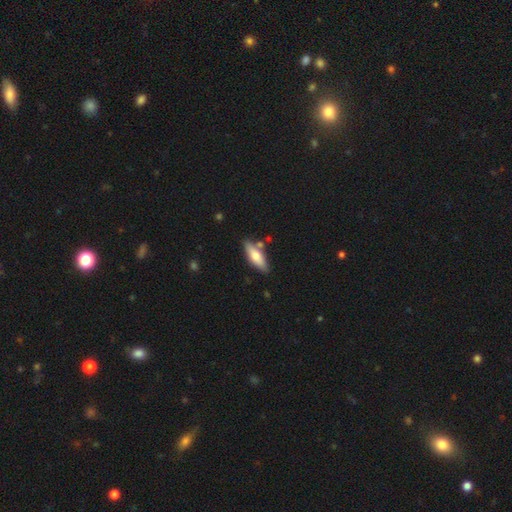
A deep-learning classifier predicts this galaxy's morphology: This is likely a smooth galaxy (62%). How rounded: possibly in between (53%). Merging: likely none (77%).